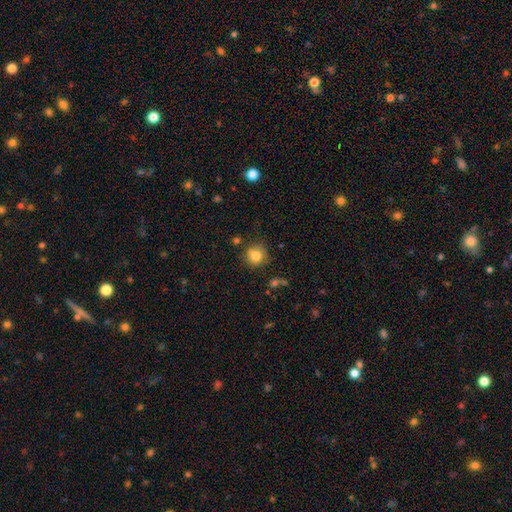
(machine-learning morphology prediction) Smooth or featured? Predicted: smooth (p=0.81). How rounded? Predicted: round (p=0.89). Merging? Predicted: none (p=0.78).